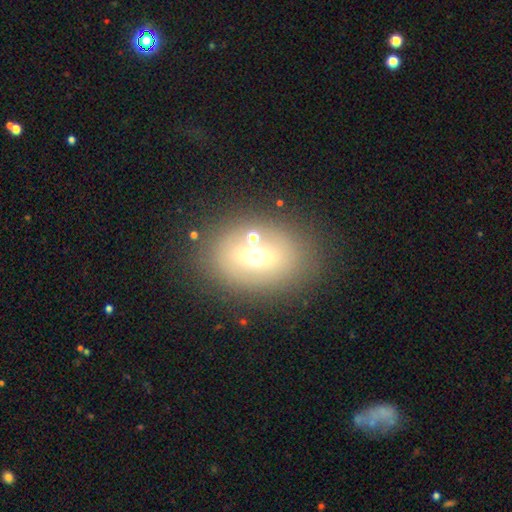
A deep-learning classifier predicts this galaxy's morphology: This is possibly a smooth galaxy (49%). Merging: likely none (72%).